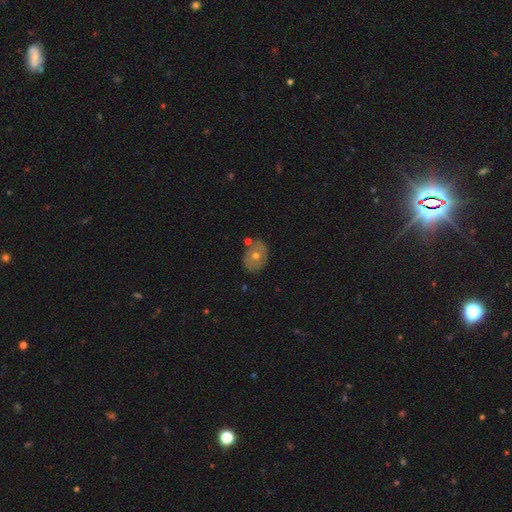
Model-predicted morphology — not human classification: The model was most divided on "smooth or featured": featured or disk: 47%, smooth: 43%, star or artifact: 10%. More confident: merging — none (74%).